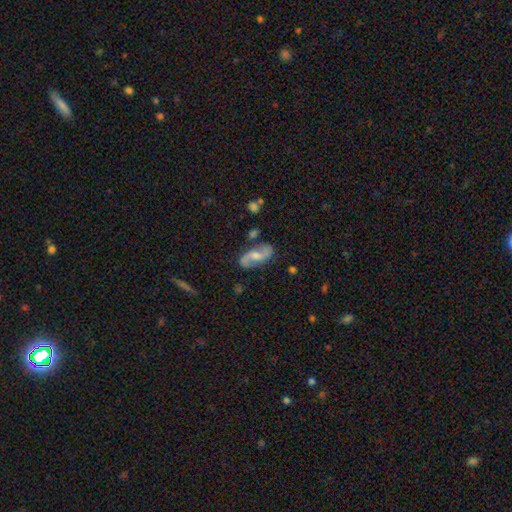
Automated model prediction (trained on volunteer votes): Smooth or featured: featured or disk — 78% (smooth — 16%)
Edge-on disk: no — 95% (yes — 5%)
Bar: weak — 45% (no — 42%)
Spiral arms: yes — 94% (no — 6%)
Spiral winding: loose — 64% (medium — 28%)
Spiral arm count: 2 — 92% (can't tell — 3%)
Bulge size: moderate — 47% (small — 30%)
Merging: none — 77% (minor disturbance — 15%)